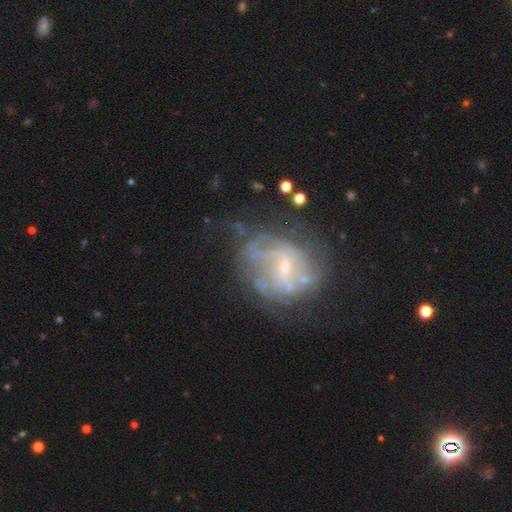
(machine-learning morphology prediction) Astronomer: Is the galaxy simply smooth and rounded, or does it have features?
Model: featured or disk — 73%.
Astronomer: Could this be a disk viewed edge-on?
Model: no — 97%.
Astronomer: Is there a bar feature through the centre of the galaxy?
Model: weak — 51% (runner-up: no, 33%).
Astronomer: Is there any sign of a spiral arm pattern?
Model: yes — 61% (runner-up: no, 39%).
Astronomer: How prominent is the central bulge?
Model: small — 56%.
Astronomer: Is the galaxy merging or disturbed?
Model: none — 51%.